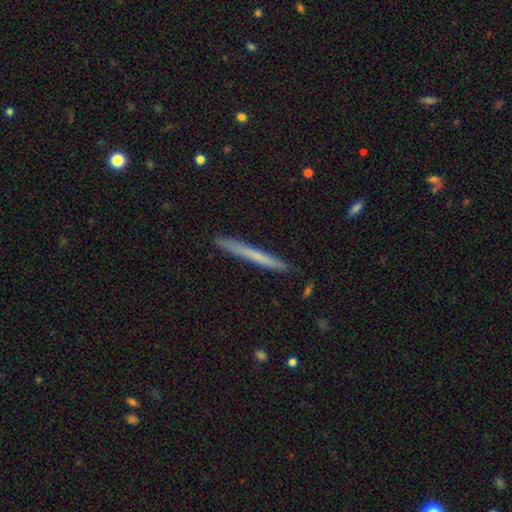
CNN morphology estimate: This appears to be a smooth galaxy with no disk features (60%) that is cigar-shaped (97%). Merging: none (90%).